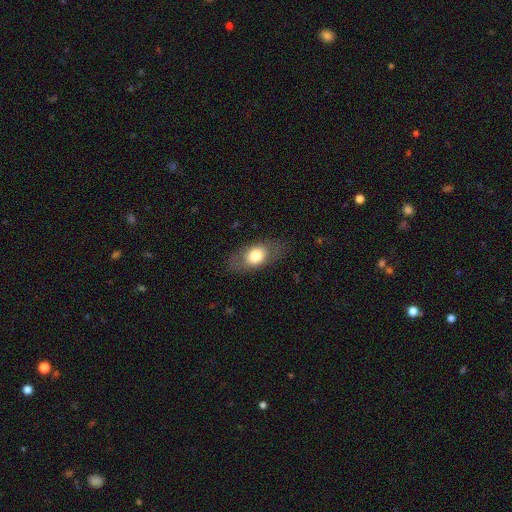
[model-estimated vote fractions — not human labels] Morphology: type=smooth (69%); roundness=in between (81%); merging=none (79%).